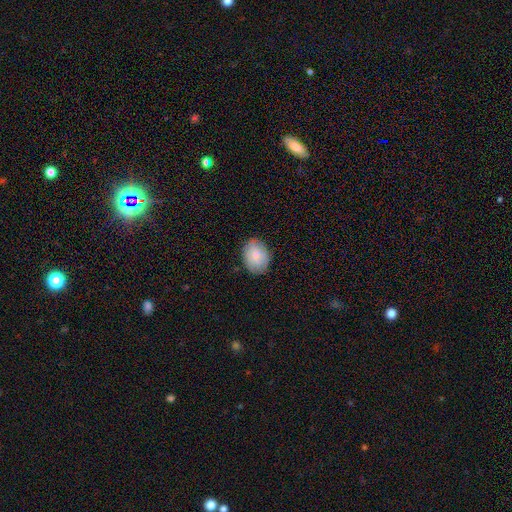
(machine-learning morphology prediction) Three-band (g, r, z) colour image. It shows a smooth galaxy with no disk features (76%) that is in between round and cigar-shaped (70%). Merging: none (81%).